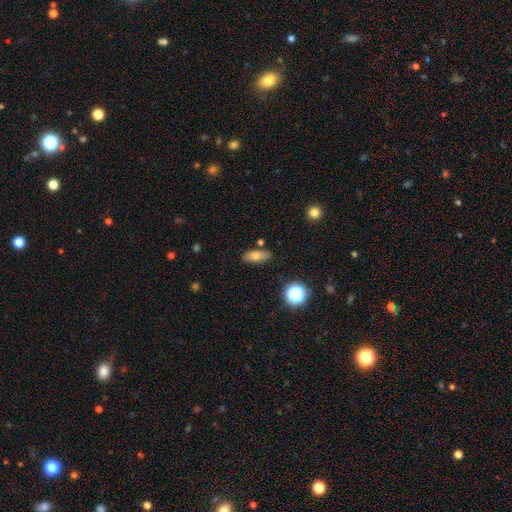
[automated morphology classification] smooth 71%, featured or disk 18%, star or artifact 11%. Down the decision tree: how rounded — in between (73%); merging — none (80%).